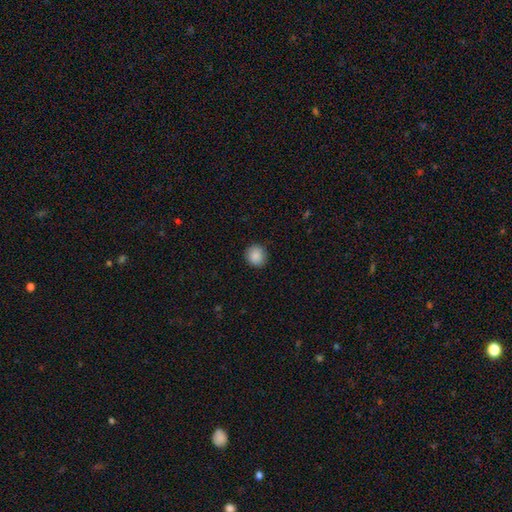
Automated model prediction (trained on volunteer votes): The model was most divided on "smooth or featured": smooth: 88%, star or artifact: 9%, featured or disk: 3%. More confident: merging — none (90%); how rounded — round (89%).